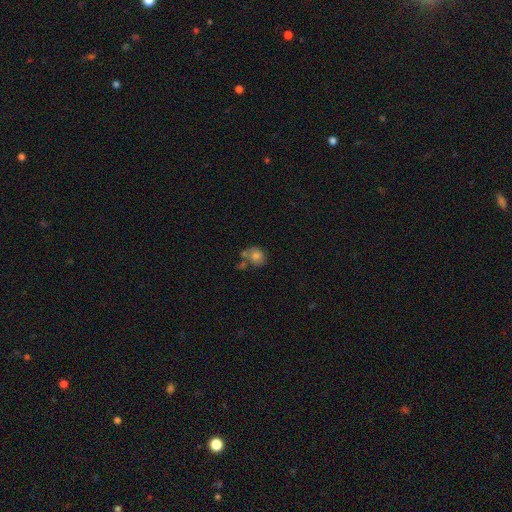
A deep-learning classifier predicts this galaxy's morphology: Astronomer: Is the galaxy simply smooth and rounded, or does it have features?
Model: smooth — 76%.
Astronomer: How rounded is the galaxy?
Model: round — 71%.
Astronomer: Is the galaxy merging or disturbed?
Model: none — 51%.